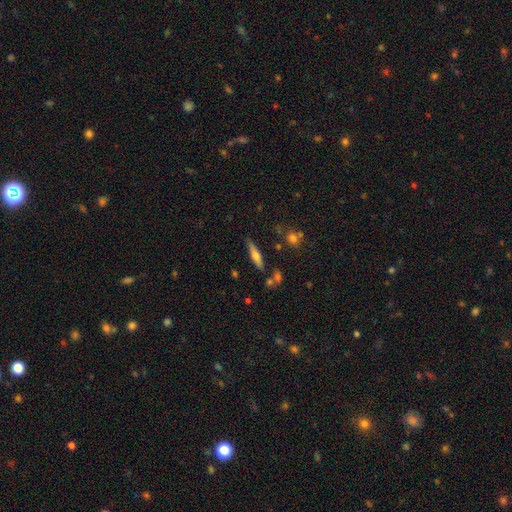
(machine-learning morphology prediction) A smooth galaxy with no disk features (48%).

Vote fractions:
- Smooth or featured? smooth: 48% / featured or disk: 44% / star or artifact: 8%
- Merging? none: 77% / minor disturbance: 13% / merger: 7% / major disturbance: 4%